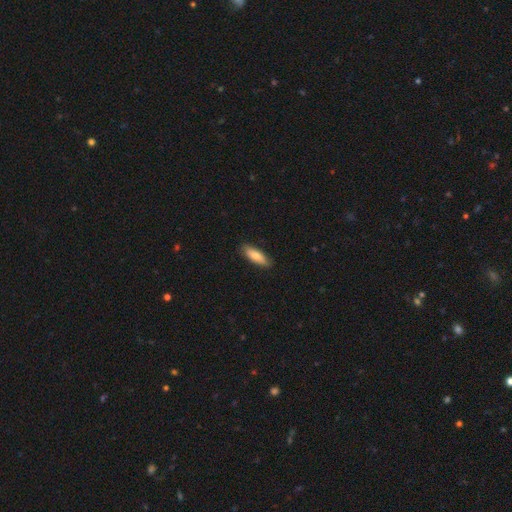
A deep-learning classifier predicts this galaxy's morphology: Smooth or featured?
  - smooth: 78% *
  - featured or disk: 16%
  - star or artifact: 6%
How rounded?
  - in between: 55% *
  - cigar-shaped: 43%
  - round: 2%
Merging?
  - none: 85% *
  - minor disturbance: 12%
  - major disturbance: 2%
  - merger: 1%